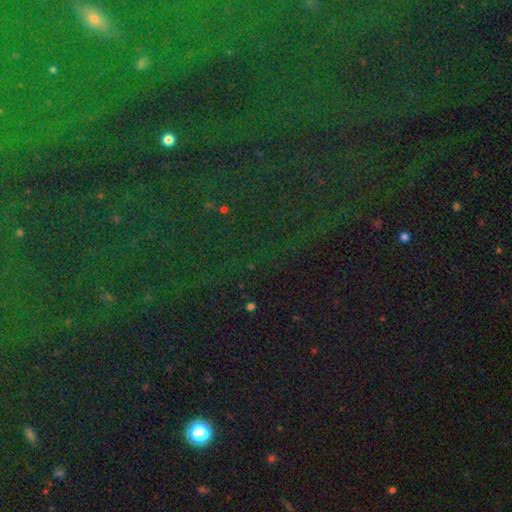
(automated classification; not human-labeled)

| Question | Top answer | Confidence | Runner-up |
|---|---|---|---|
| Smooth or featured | star or artifact | 81% | smooth (11%) |